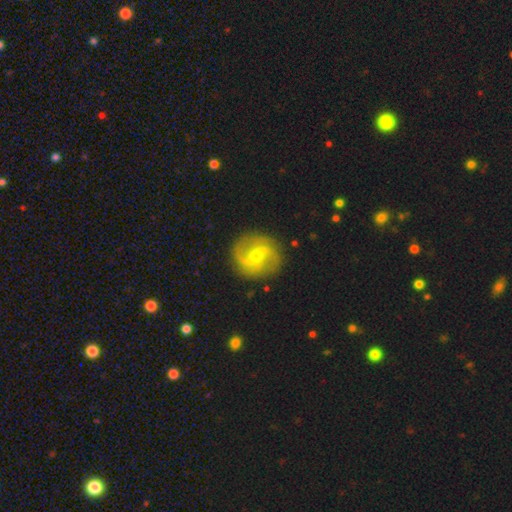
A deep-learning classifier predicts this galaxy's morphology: Smooth or featured? Predicted: featured or disk (p=0.85). Edge-on disk? Predicted: no (p=0.97). Bar? Predicted: weak (p=0.46). Spiral arms? Predicted: yes (p=0.95). Spiral winding? Predicted: loose (p=0.47). Spiral arm count? Predicted: 2 (p=0.88). Bulge size? Predicted: small (p=0.56). Merging? Predicted: none (p=0.85).